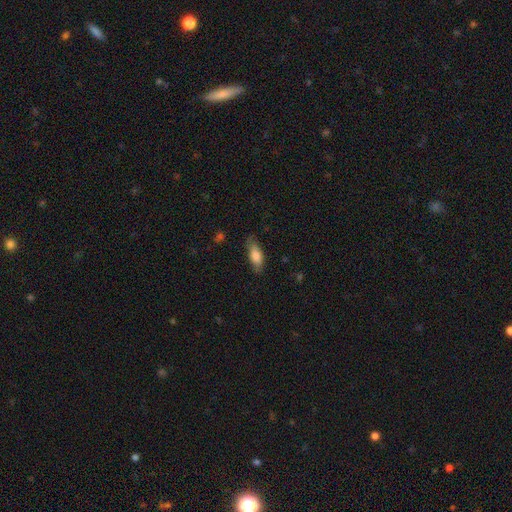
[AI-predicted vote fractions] smooth-or-featured: smooth: 78% | featured or disk: 16% | star or artifact: 6%
  how-rounded: in between: 70% | cigar-shaped: 28% | round: 2%
  merging: none: 73% | minor disturbance: 21% | major disturbance: 5% | merger: 1%